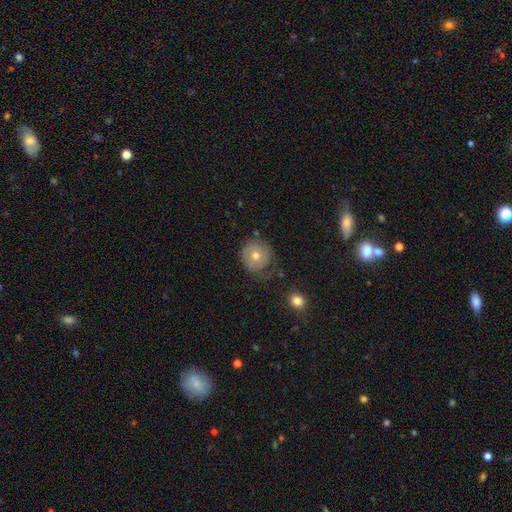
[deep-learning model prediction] smooth_or_featured: smooth (p=0.55) [alt: featured or disk p=0.34]
how_rounded: round (p=0.90) [alt: in between p=0.09]
merging: none (p=0.64) [alt: minor disturbance p=0.23]